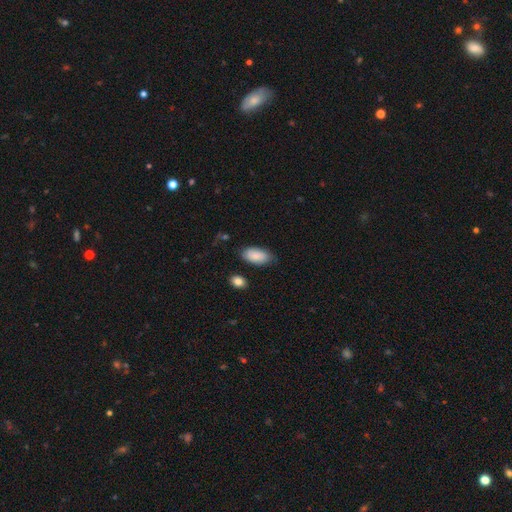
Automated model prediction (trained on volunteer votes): The model was most divided on "merging": none: 77%, minor disturbance: 17%, major disturbance: 3%, merger: 2%. More confident: how rounded — in between (94%); smooth or featured — smooth (87%).